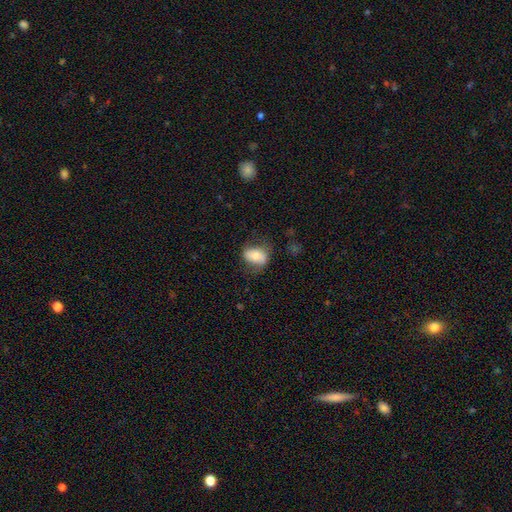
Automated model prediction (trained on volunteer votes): smooth 63%, featured or disk 29%, star or artifact 8%. Down the decision tree: how rounded — in between (74%); merging — none (60%).